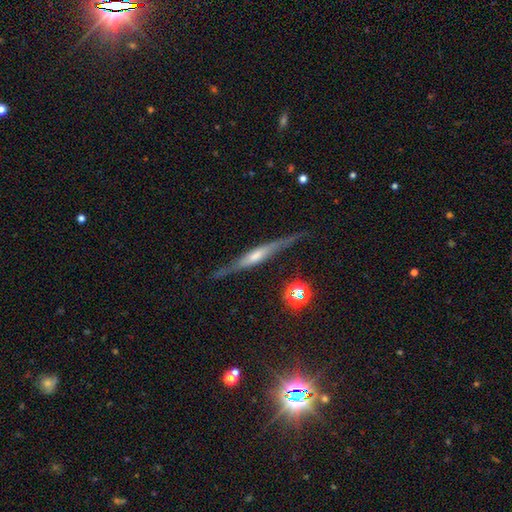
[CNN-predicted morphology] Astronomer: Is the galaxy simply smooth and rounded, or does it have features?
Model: featured or disk — 72%.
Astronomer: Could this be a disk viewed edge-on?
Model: yes — 92%.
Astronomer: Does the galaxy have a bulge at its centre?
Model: rounded — 47% (runner-up: boxy, 28%).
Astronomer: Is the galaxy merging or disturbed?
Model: none — 78%.